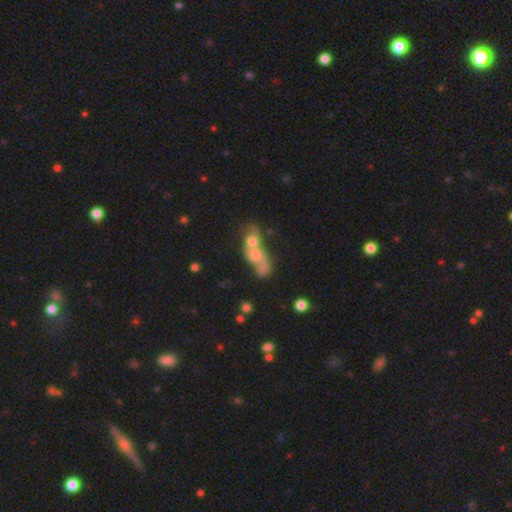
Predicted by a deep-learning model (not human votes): A smooth galaxy with no disk features (52%) that is in between round and cigar-shaped (58%).

Vote fractions:
- Smooth or featured? smooth: 52% / featured or disk: 36% / star or artifact: 12%
- How rounded? in between: 58% / round: 29% / cigar-shaped: 13%
- Merging? merger: 76% / major disturbance: 10% / none: 10% / minor disturbance: 5%